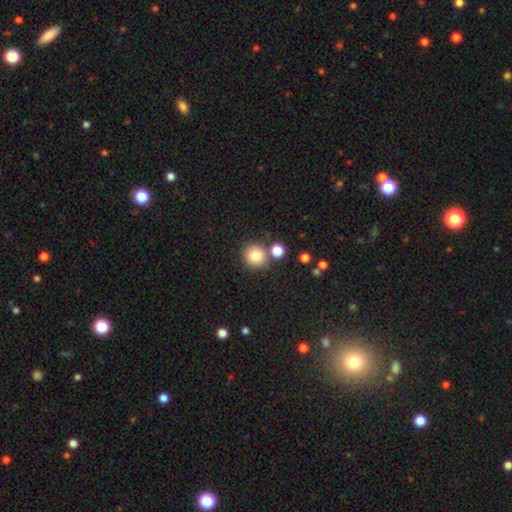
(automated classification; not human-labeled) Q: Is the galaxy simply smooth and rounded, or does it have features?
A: smooth — 83%.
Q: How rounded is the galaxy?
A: round — 90%.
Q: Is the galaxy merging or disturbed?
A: none — 74%.